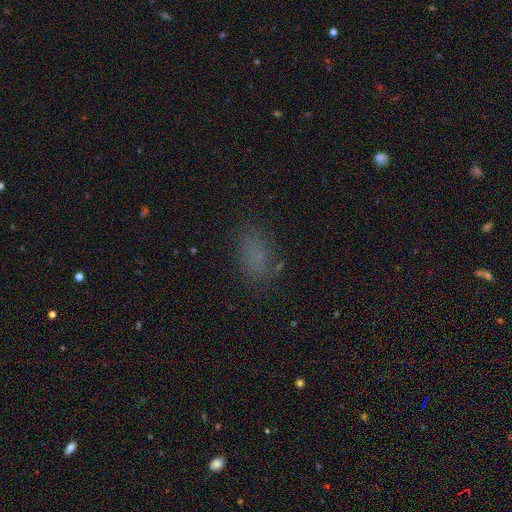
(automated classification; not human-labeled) Overall: smooth (73%). How rounded: in between (87%). Merging: none (74%).